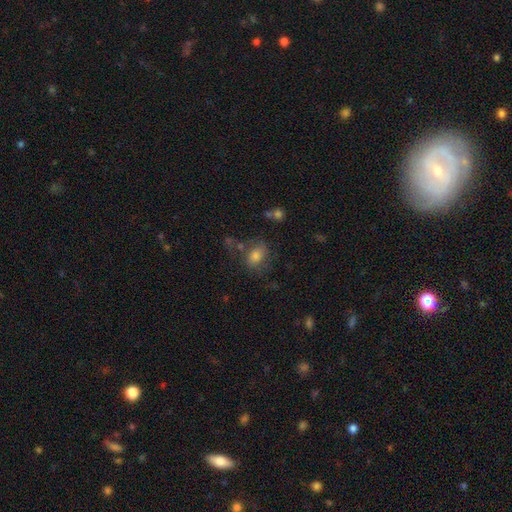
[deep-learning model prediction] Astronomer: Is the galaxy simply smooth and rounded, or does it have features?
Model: smooth — 67%.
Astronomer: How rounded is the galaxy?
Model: in between — 61% (runner-up: round, 38%).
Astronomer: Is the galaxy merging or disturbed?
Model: none — 57%.